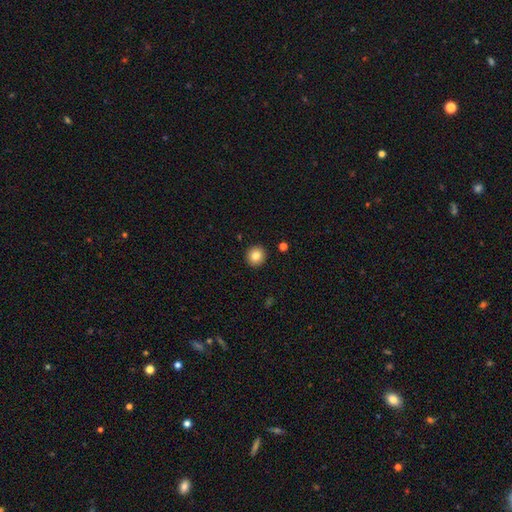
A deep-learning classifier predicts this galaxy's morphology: This is clearly a smooth galaxy (82%). How rounded: clearly round (93%). Merging: clearly none (93%).